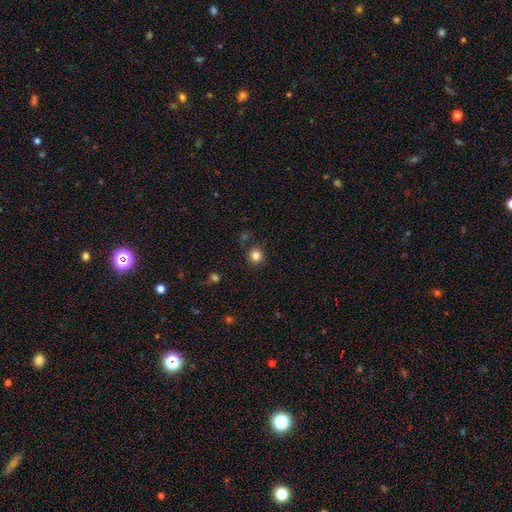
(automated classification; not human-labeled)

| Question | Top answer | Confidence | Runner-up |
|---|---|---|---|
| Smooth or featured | smooth | 84% | star or artifact (12%) |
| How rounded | round | 93% | in between (6%) |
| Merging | none | 87% | minor disturbance (7%) |